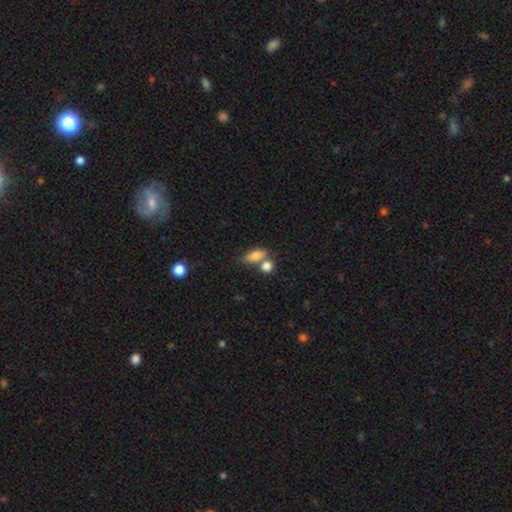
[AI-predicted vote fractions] smooth_or_featured: smooth (p=0.80) [alt: featured or disk p=0.11]
how_rounded: in between (p=0.79) [alt: round p=0.12]
merging: none (p=0.46) [alt: merger p=0.38]